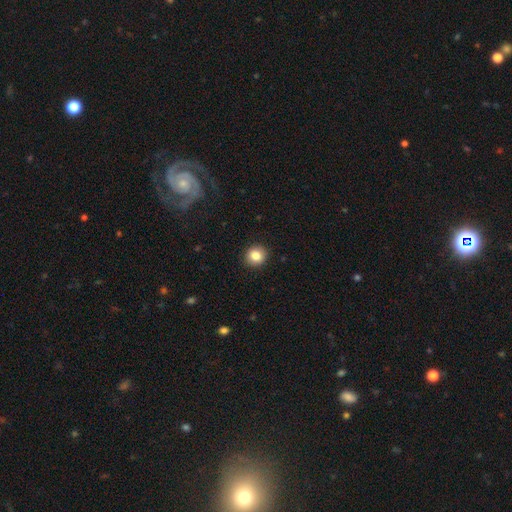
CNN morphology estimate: smooth_or_featured: smooth (p=0.85) [alt: star or artifact p=0.10]
how_rounded: round (p=0.87) [alt: in between p=0.13]
merging: none (p=0.92) [alt: minor disturbance p=0.06]